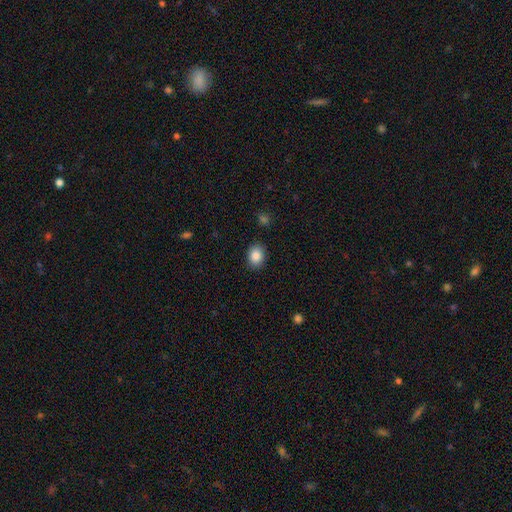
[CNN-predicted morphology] Smooth or featured?
  - smooth: 86% *
  - star or artifact: 9%
  - featured or disk: 5%
How rounded?
  - in between: 60% *
  - round: 40%
  - cigar-shaped: 1%
Merging?
  - none: 88% *
  - minor disturbance: 9%
  - major disturbance: 2%
  - merger: 1%